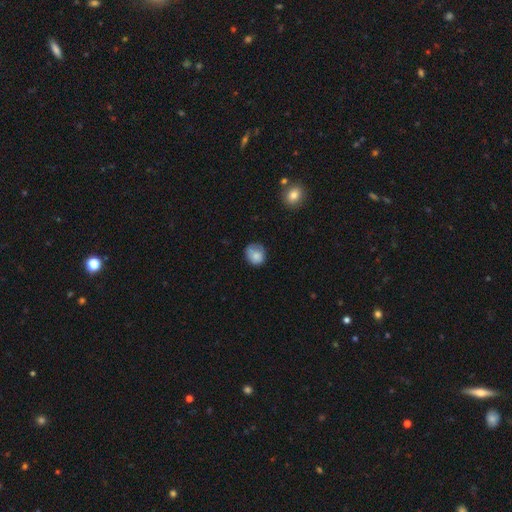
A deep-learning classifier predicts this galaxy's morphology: This appears to be a smooth galaxy with no disk features (80%) that is round (69%). Merging: none (58%).